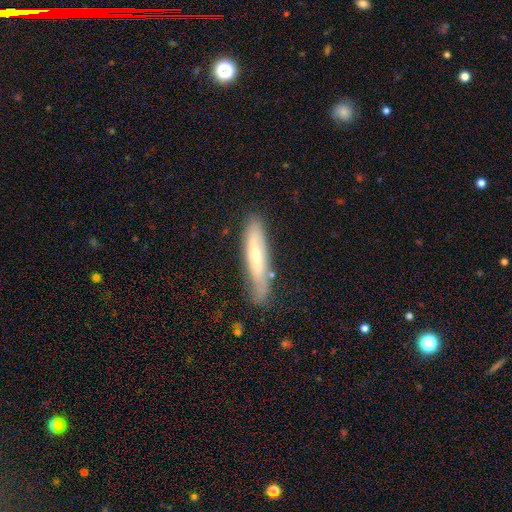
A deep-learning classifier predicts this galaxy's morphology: Smooth or featured? smooth (45%, tied with featured or disk)
Merging? none (80%)